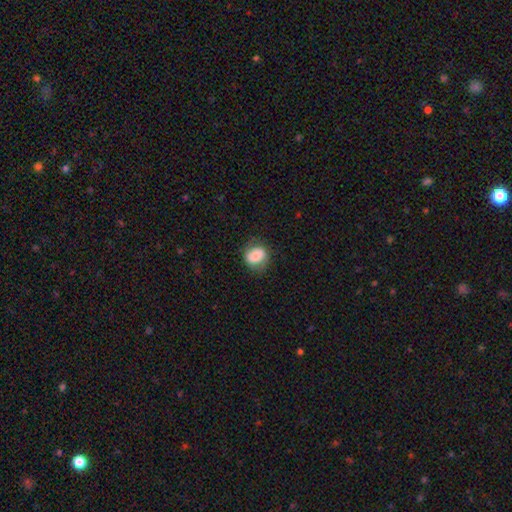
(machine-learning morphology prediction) Smooth or featured? Predicted: smooth (p=0.75). How rounded? Predicted: round (p=0.58). Merging? Predicted: none (p=0.76).